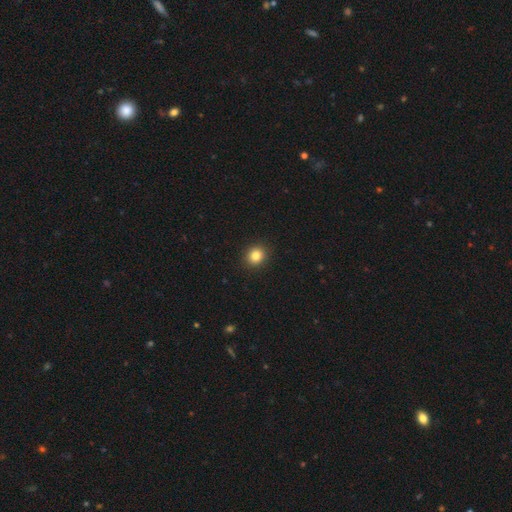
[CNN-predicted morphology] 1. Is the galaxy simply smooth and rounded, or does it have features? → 84% smooth, 11% star or artifact, 5% featured or disk.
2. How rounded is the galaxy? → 81% round, 18% in between, 1% cigar-shaped.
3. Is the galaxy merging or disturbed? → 92% none, 5% minor disturbance, 2% major disturbance, 1% merger.